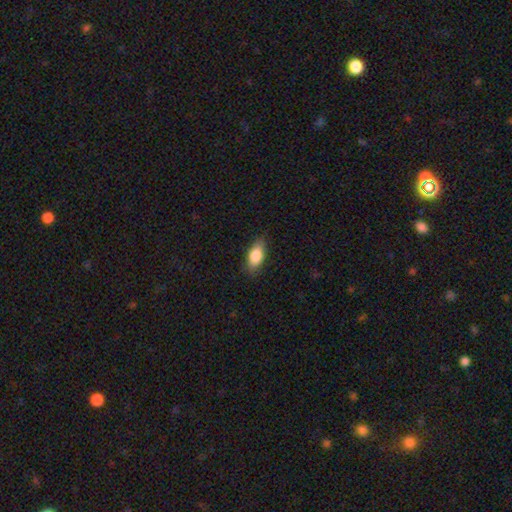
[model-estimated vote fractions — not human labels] Smooth or featured?
  - smooth: 83% *
  - featured or disk: 11%
  - star or artifact: 7%
How rounded?
  - in between: 86% *
  - cigar-shaped: 9%
  - round: 4%
Merging?
  - none: 83% *
  - minor disturbance: 14%
  - major disturbance: 3%
  - merger: 1%